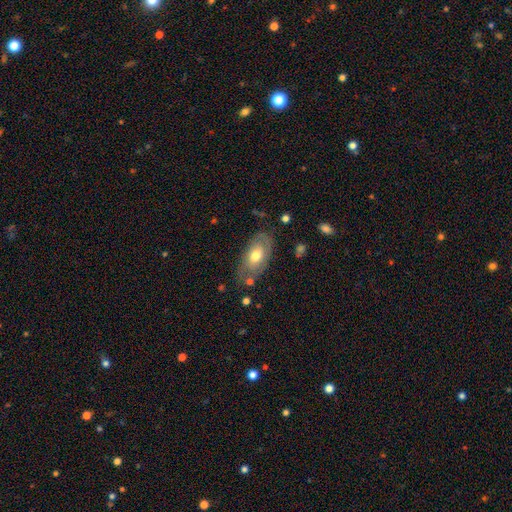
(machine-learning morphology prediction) This is possibly a smooth galaxy (56%). How rounded: clearly in between (91%). Merging: likely none (69%).